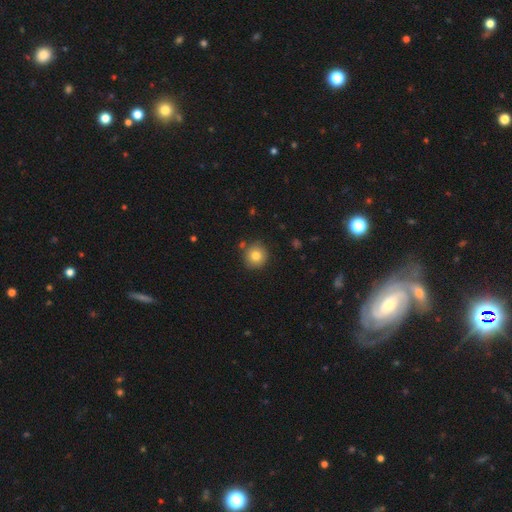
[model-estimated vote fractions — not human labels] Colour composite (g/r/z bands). It shows a smooth galaxy with no disk features (80%) that is round (93%). Merging: none (85%).